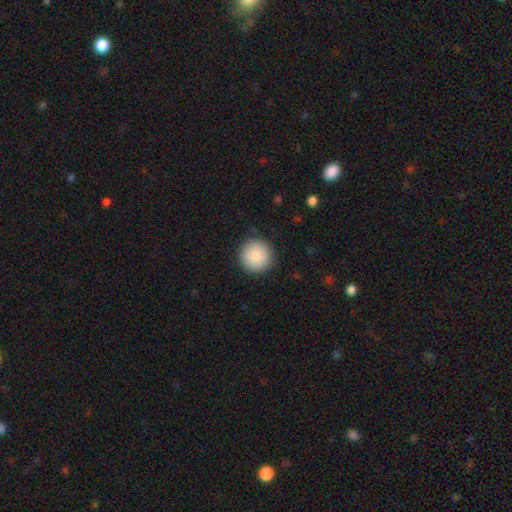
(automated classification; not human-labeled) Smooth or featured? Predicted: smooth (p=0.88). How rounded? Predicted: round (p=0.96). Merging? Predicted: none (p=0.90).